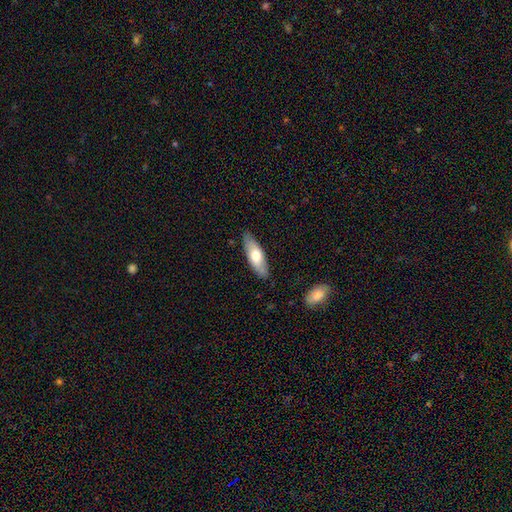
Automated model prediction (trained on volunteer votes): Smooth or featured: smooth — 64% (featured or disk — 30%)
How rounded: in between — 61% (cigar-shaped — 37%)
Merging: none — 85% (minor disturbance — 12%)